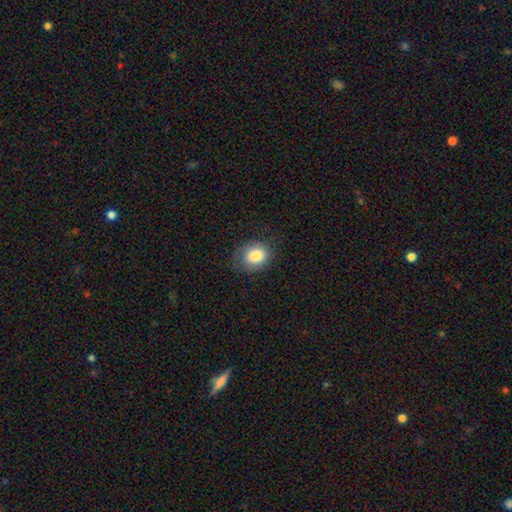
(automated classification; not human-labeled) A smooth galaxy with no disk features (83%) that is round (53%). Merging: none (74%).